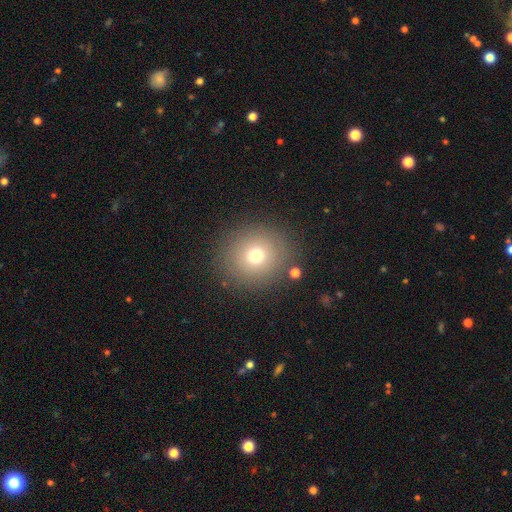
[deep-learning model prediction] Q: Smooth or featured?
A: smooth (72%); runner-up: star or artifact (15%)
Q: How rounded?
A: round (91%); runner-up: in between (8%)
Q: Merging?
A: none (86%); runner-up: minor disturbance (8%)